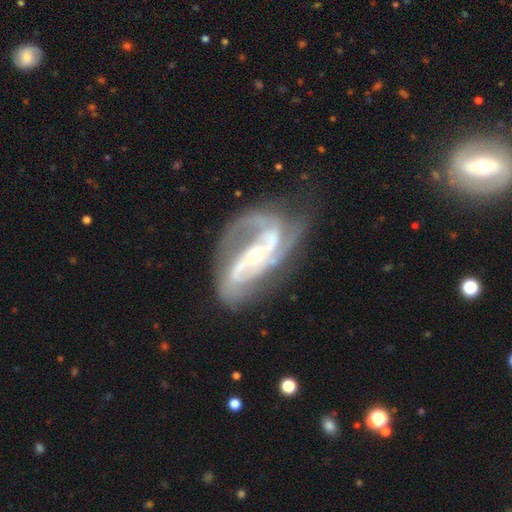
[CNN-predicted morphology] A featured or disk galaxy (90%) with a strong bar (39%), 2 (59%) medium (49%) spiral arms (96%) and a small central bulge (52%). Merging: none (52%).